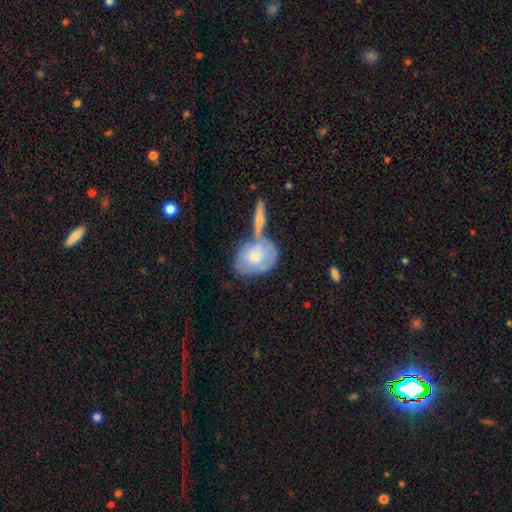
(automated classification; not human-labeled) smooth_or_featured: smooth (p=0.51) [alt: featured or disk p=0.44]
how_rounded: in between (p=0.61) [alt: round p=0.37]
merging: merger (p=0.38) [alt: none p=0.36]